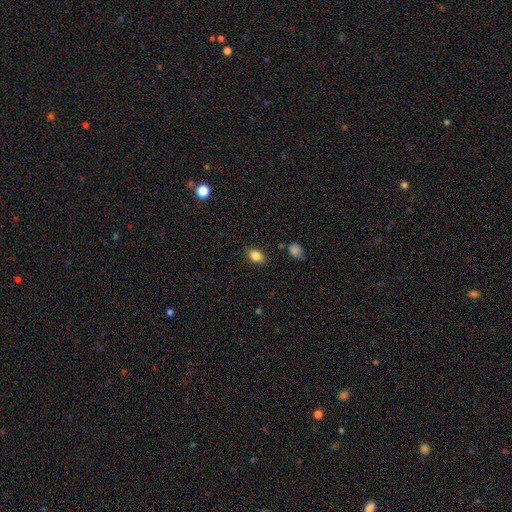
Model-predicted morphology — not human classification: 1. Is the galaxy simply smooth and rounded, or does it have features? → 85% smooth, 9% star or artifact, 6% featured or disk.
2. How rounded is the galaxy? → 82% in between, 16% round, 2% cigar-shaped.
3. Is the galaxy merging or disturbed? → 85% none, 11% minor disturbance, 3% major disturbance, 2% merger.